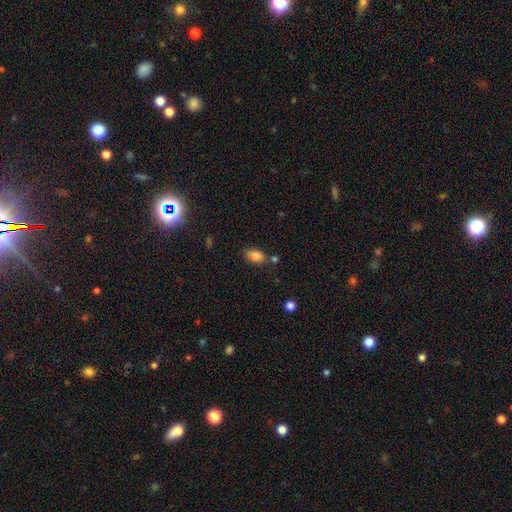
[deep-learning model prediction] Overall: smooth (84%). How rounded: in between (87%). Merging: none (73%).